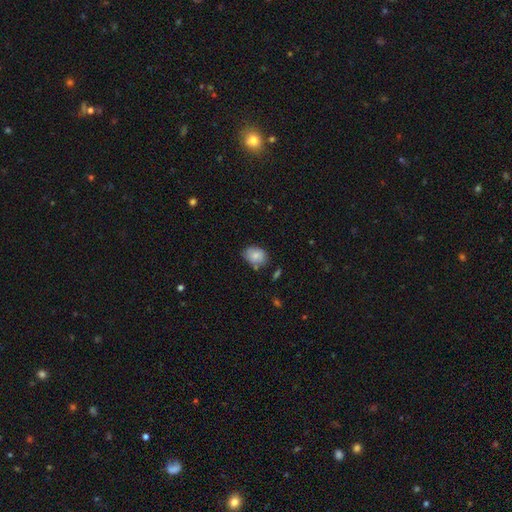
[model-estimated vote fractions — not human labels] A smooth galaxy with no disk features (81%) that is in between round and cigar-shaped (68%).

Vote fractions:
- Smooth or featured? smooth: 81% / featured or disk: 12% / star or artifact: 8%
- How rounded? in between: 68% / round: 31% / cigar-shaped: 1%
- Merging? none: 66% / minor disturbance: 24% / merger: 5% / major disturbance: 4%